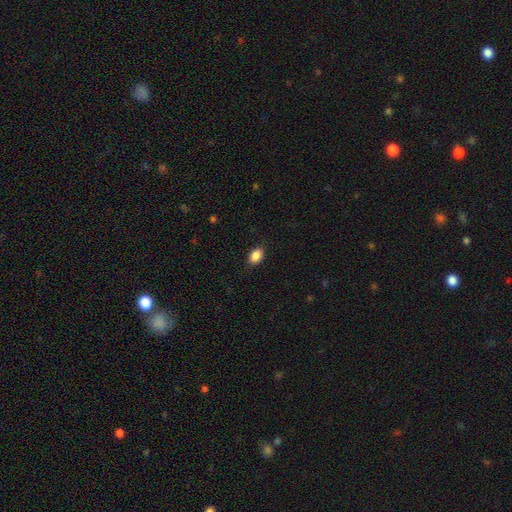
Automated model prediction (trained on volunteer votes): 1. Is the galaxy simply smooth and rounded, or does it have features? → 88% smooth, 8% star or artifact, 4% featured or disk.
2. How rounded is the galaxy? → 81% in between, 18% round, 1% cigar-shaped.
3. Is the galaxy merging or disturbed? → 87% none, 10% minor disturbance, 2% major disturbance, 1% merger.